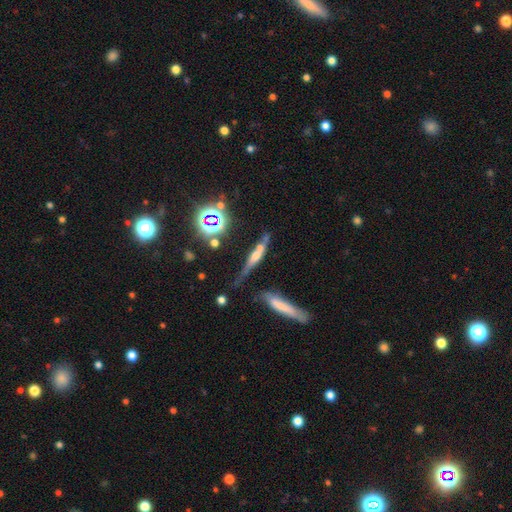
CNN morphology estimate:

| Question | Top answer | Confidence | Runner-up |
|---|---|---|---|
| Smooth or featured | featured or disk | 48% | smooth (38%) |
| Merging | none | 47% | minor disturbance (22%) |